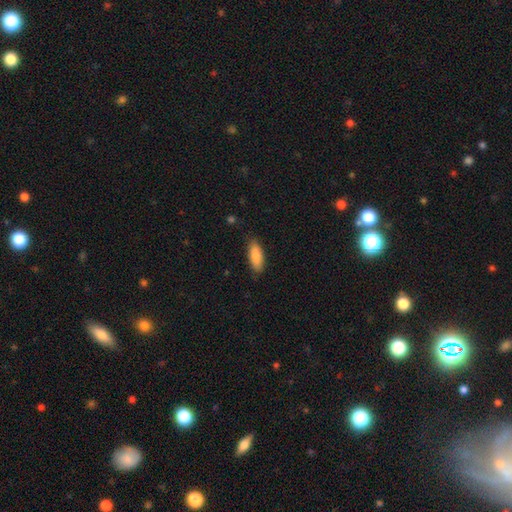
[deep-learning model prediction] Morphology: type=smooth (88%); roundness=in between (70%); merging=none (83%).